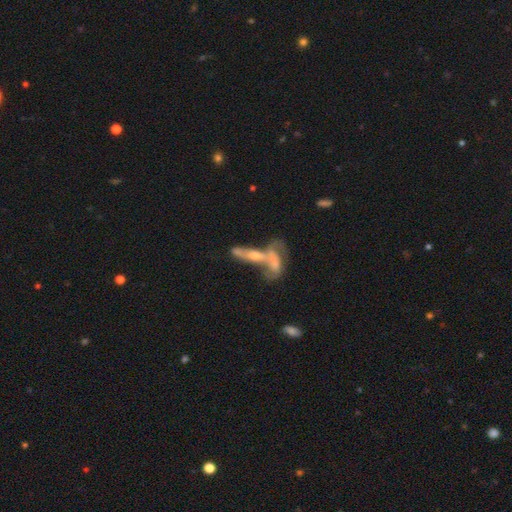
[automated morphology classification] A featured or disk galaxy (58%). Merging: merger (62%).